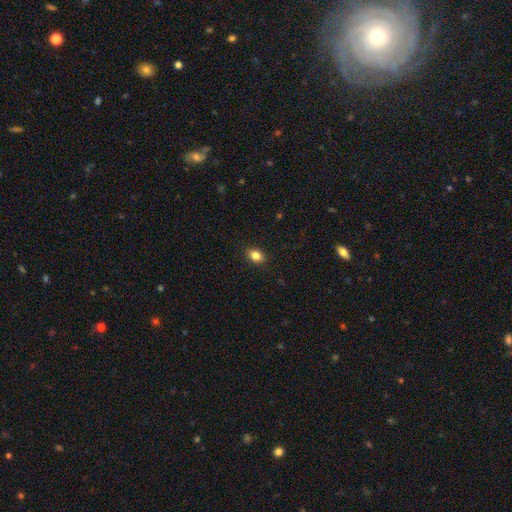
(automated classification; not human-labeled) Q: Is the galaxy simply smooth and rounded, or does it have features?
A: smooth — 84%.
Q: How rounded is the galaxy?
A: in between — 72%.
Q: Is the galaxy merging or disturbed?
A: none — 90%.